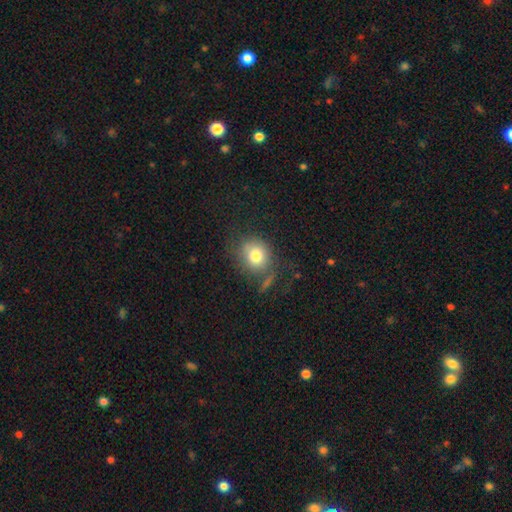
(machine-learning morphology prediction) smooth 78%, featured or disk 11%, star or artifact 11%. Down the decision tree: how rounded — round (74%); merging — none (65%).